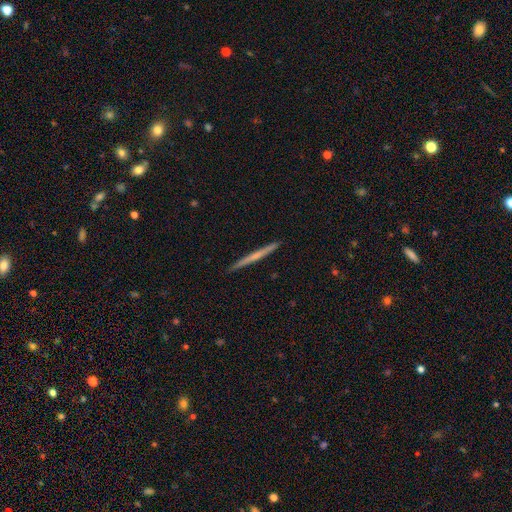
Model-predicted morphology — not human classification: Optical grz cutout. It shows a featured or disk galaxy (50%) viewed edge-on (98%). Merging: none (92%).